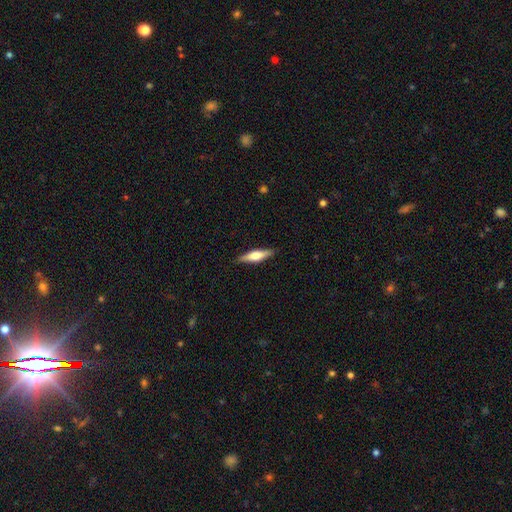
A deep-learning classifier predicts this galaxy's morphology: smooth-or-featured: featured or disk: 52% | smooth: 43% | star or artifact: 6%
  disk-edge-on: yes: 95% | no: 5%
  merging: none: 89% | minor disturbance: 8% | major disturbance: 2% | merger: 1%